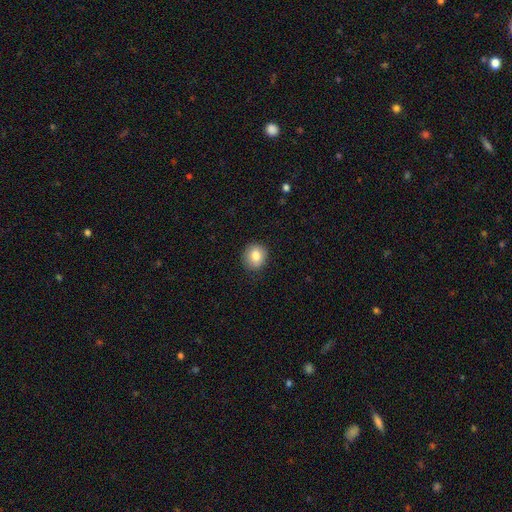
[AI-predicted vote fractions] Q: Smooth or featured?
A: smooth (81%); runner-up: featured or disk (10%)
Q: How rounded?
A: round (80%); runner-up: in between (20%)
Q: Merging?
A: none (87%); runner-up: minor disturbance (10%)